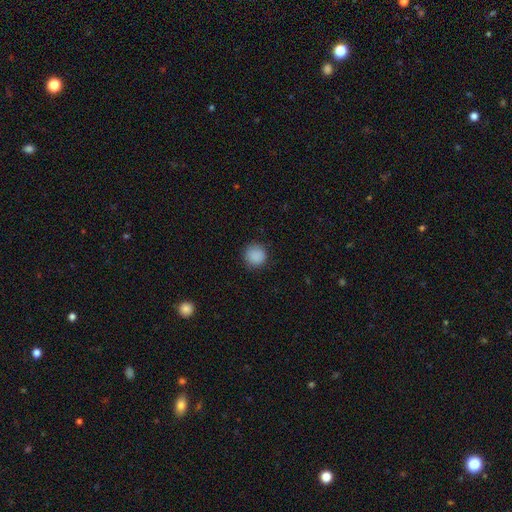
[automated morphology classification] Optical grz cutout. It shows a smooth galaxy with no disk features (88%) that is round (93%). Merging: none (88%).